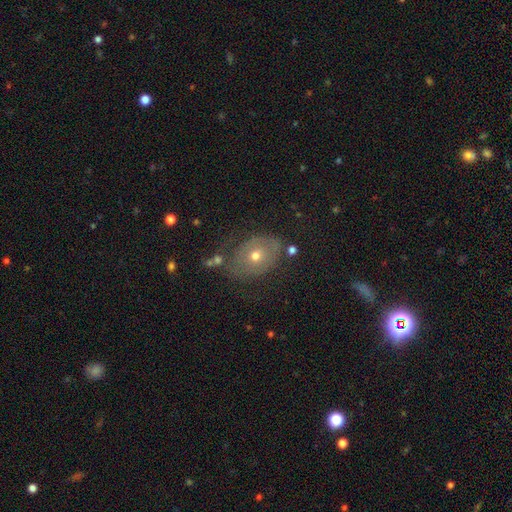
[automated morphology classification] smooth_or_featured: smooth (p=0.48) [alt: featured or disk p=0.40]
merging: none (p=0.65) [alt: minor disturbance p=0.20]